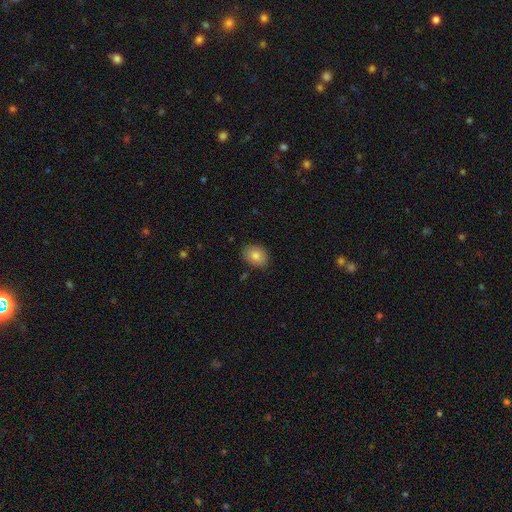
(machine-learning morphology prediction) Smooth or featured? smooth (82%)
How rounded? in between (63%)
Merging? none (85%)